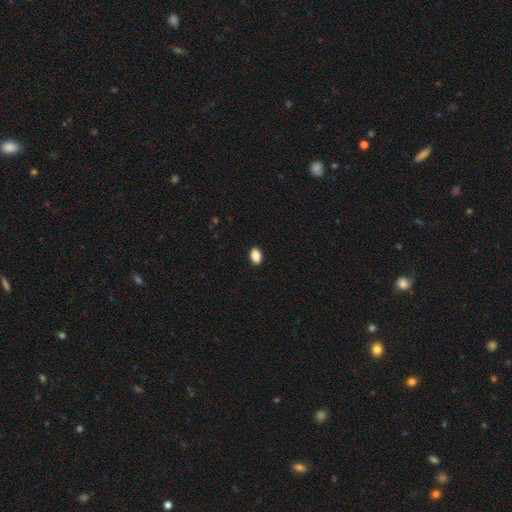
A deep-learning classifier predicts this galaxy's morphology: smooth-or-featured: smooth: 88% | star or artifact: 8% | featured or disk: 4%
  how-rounded: in between: 88% | round: 11% | cigar-shaped: 2%
  merging: none: 90% | minor disturbance: 7% | major disturbance: 2% | merger: 1%